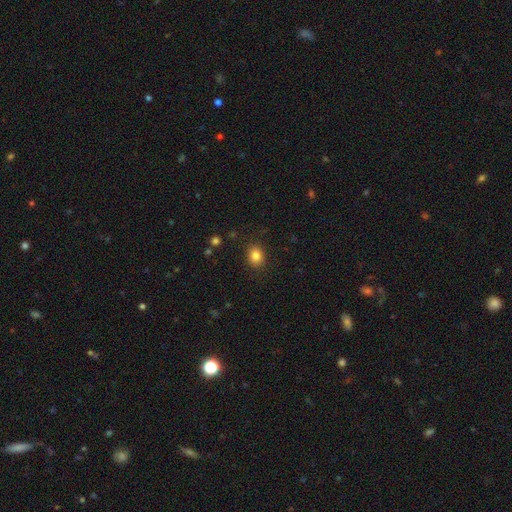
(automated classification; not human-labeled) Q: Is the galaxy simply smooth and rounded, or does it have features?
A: smooth — 84%.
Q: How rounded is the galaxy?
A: in between — 50%.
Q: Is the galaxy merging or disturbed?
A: none — 88%.